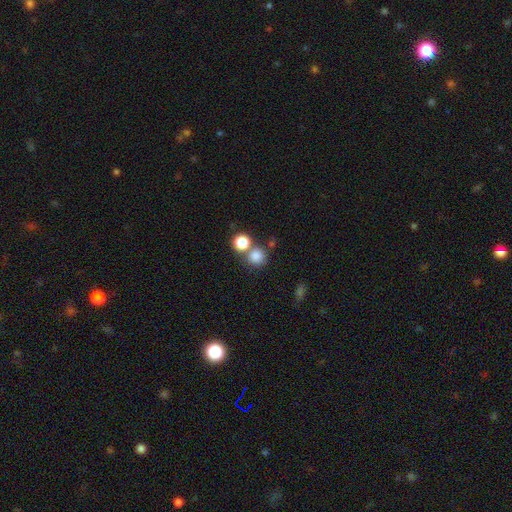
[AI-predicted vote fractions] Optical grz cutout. It shows a smooth galaxy with no disk features (81%) that is round (90%). Merging: none (59%).